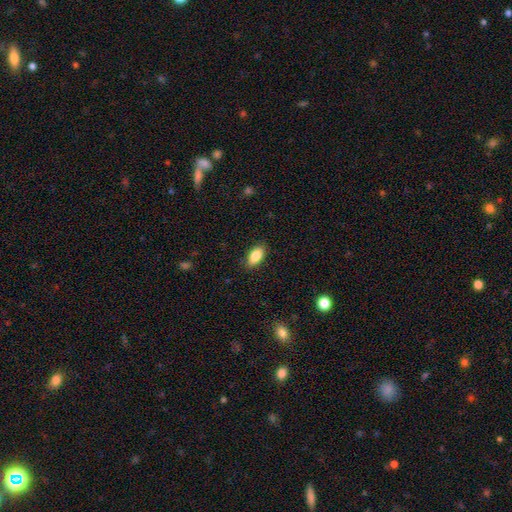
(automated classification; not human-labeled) Smooth or featured? Predicted: smooth (p=0.85). How rounded? Predicted: in between (p=0.89). Merging? Predicted: none (p=0.87).